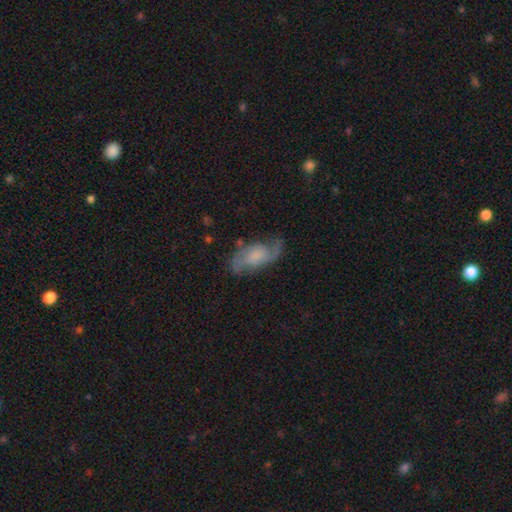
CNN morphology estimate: Smooth or featured? featured or disk (76%)
Edge-on disk? no (95%)
Bar? no (57%)
Spiral arms? yes (94%)
Spiral winding? medium (44%)
Spiral arm count? 2 (88%)
Bulge size? none (37%)
Merging? none (72%)